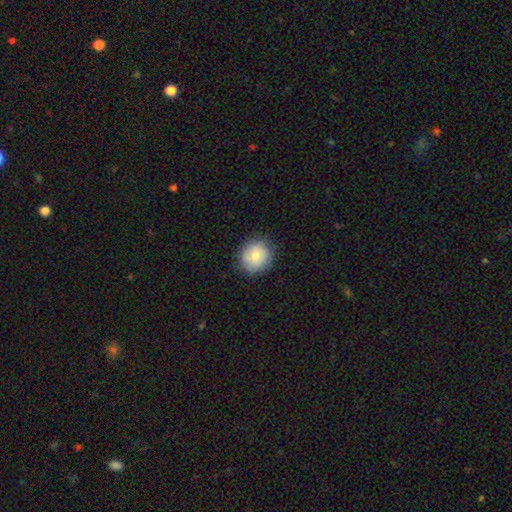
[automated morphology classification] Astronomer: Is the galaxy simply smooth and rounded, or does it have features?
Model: smooth — 80%.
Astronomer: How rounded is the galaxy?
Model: round — 87%.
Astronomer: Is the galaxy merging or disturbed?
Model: none — 86%.